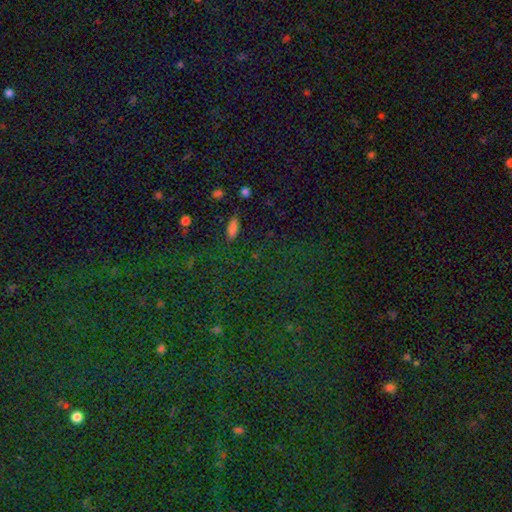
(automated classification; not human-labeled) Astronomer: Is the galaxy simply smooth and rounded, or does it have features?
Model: star or artifact — 82%.